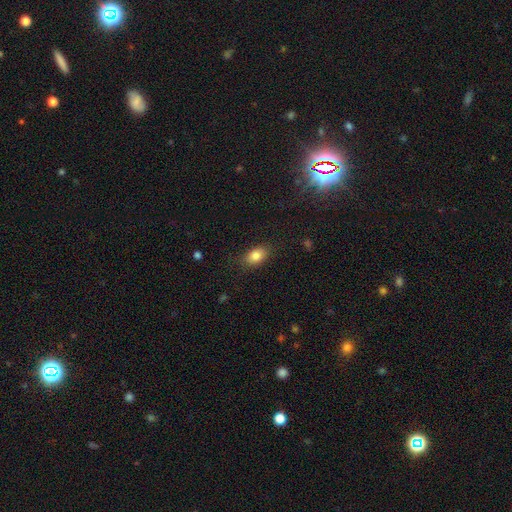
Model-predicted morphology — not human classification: smooth 83%, star or artifact 9%, featured or disk 8%. Down the decision tree: how rounded — in between (84%); merging — none (83%).